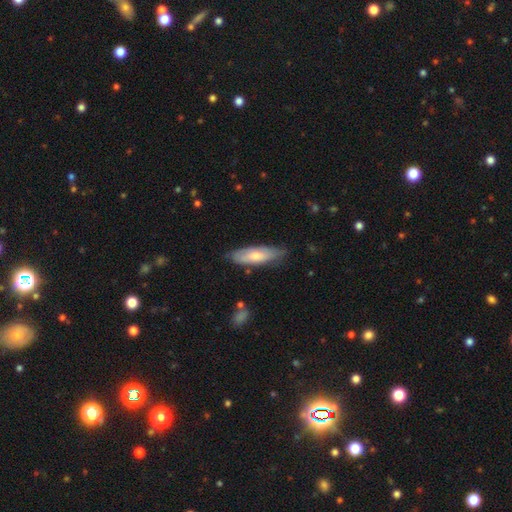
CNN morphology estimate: The model was most divided on "how rounded": in between: 55%, cigar-shaped: 43%, round: 2%. More confident: merging — none (69%); smooth or featured — smooth (60%).